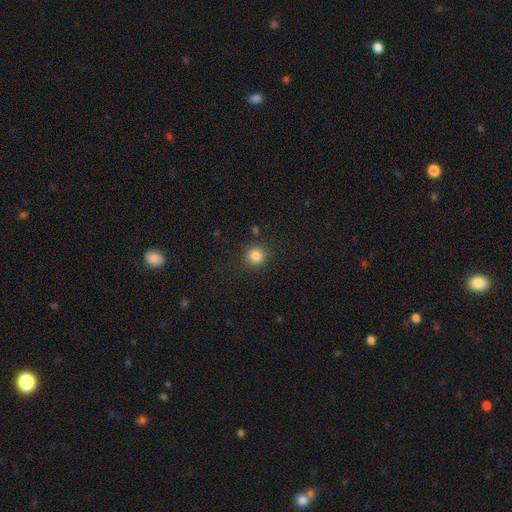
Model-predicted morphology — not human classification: Smooth or featured: smooth — 84% (star or artifact — 11%)
How rounded: round — 93% (in between — 6%)
Merging: none — 89% (minor disturbance — 7%)